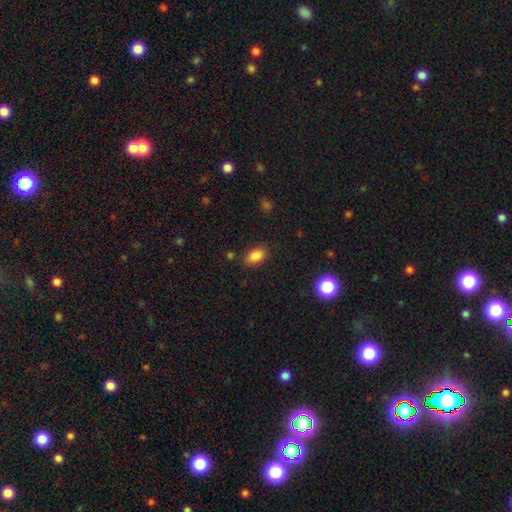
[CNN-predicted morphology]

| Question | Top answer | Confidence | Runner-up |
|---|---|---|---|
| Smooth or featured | smooth | 85% | star or artifact (9%) |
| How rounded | in between | 88% | round (10%) |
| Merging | none | 83% | minor disturbance (11%) |